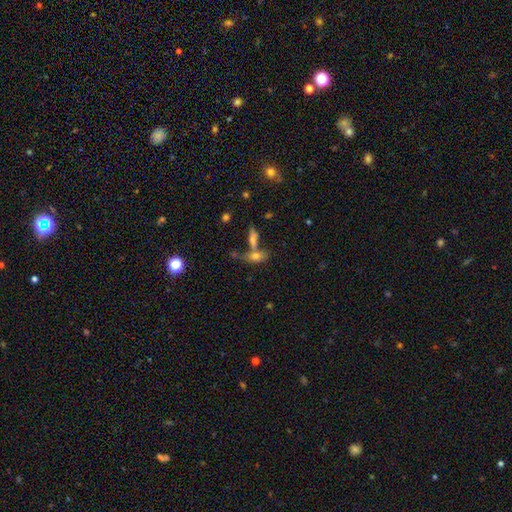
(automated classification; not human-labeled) smooth-or-featured: smooth: 45% | featured or disk: 32% | star or artifact: 22%
  merging: none: 42% | merger: 40% | minor disturbance: 10% | major disturbance: 7%